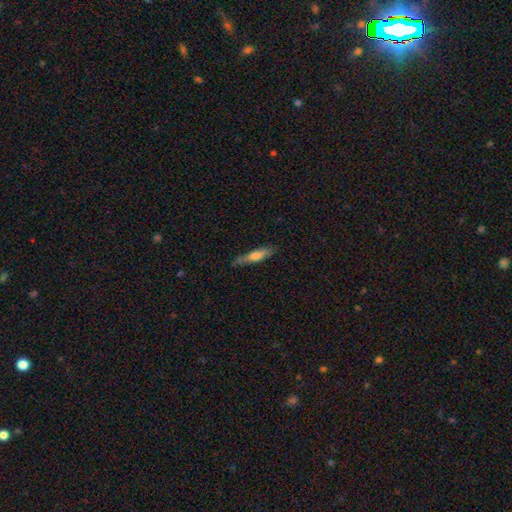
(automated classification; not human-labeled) Q: Smooth or featured?
A: smooth (59%); runner-up: featured or disk (35%)
Q: How rounded?
A: cigar-shaped (81%); runner-up: in between (18%)
Q: Merging?
A: none (74%); runner-up: minor disturbance (20%)